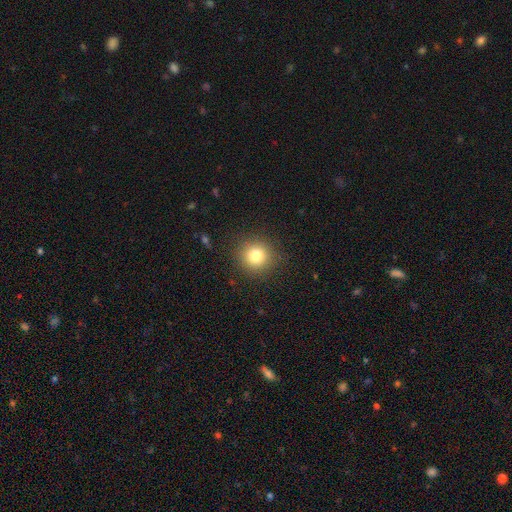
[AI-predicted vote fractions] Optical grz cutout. It shows a smooth galaxy with no disk features (80%) that is round (92%). Merging: none (89%).